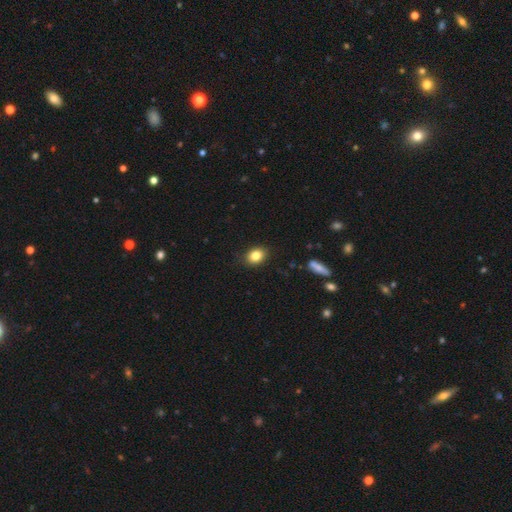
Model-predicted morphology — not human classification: Smooth or featured? Predicted: smooth (p=0.84). How rounded? Predicted: in between (p=0.62). Merging? Predicted: none (p=0.87).